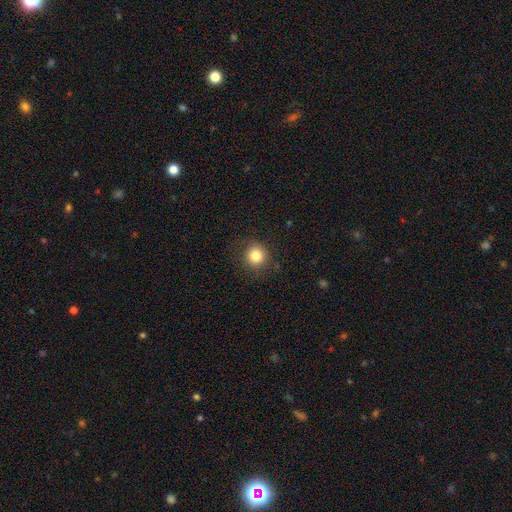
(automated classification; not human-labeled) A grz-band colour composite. It shows a smooth galaxy with no disk features (83%) that is round (91%). Merging: none (87%).